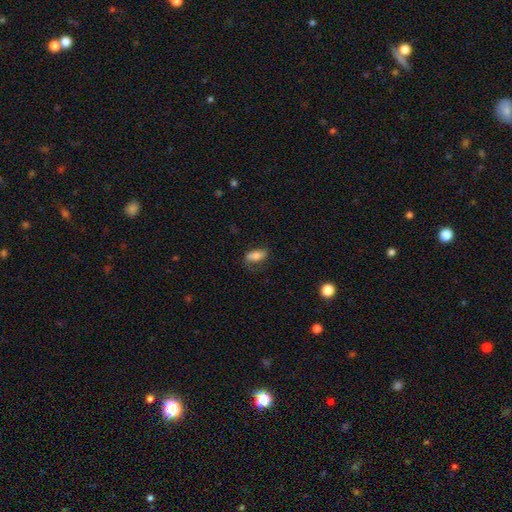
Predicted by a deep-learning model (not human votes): Smooth or featured?
  - smooth: 68% *
  - featured or disk: 24%
  - star or artifact: 8%
How rounded?
  - in between: 83% *
  - cigar-shaped: 13%
  - round: 5%
Merging?
  - none: 56% *
  - minor disturbance: 27%
  - major disturbance: 13%
  - merger: 3%